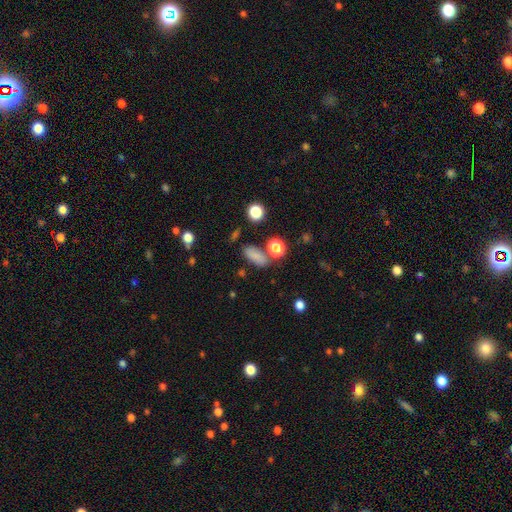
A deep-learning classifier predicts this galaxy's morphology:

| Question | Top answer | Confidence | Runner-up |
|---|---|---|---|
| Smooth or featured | smooth | 78% | star or artifact (14%) |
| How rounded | in between | 78% | cigar-shaped (11%) |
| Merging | none | 67% | minor disturbance (15%) |